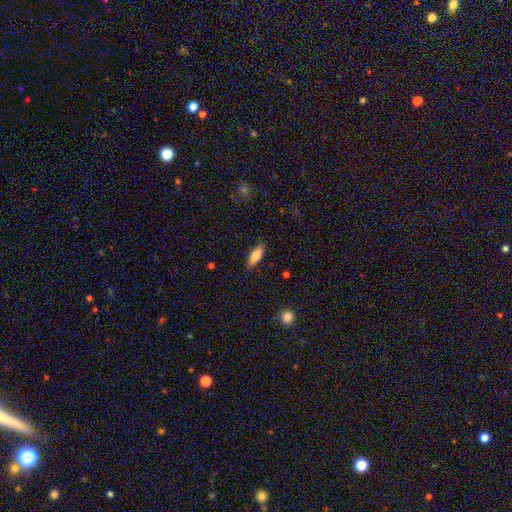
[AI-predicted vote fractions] Smooth or featured?
  - smooth: 85% *
  - featured or disk: 9%
  - star or artifact: 7%
How rounded?
  - in between: 78% *
  - cigar-shaped: 19%
  - round: 2%
Merging?
  - none: 81% *
  - minor disturbance: 15%
  - major disturbance: 3%
  - merger: 1%